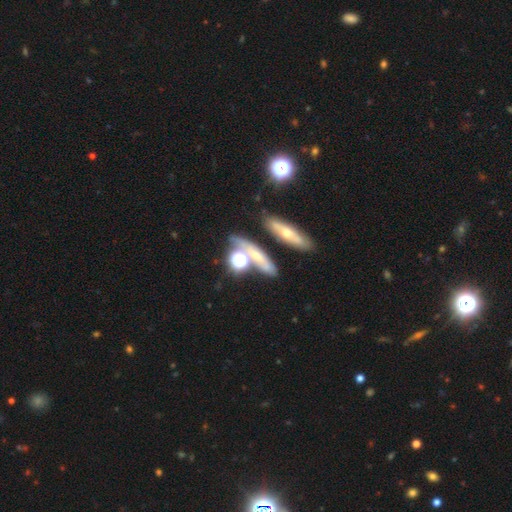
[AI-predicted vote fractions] A smooth galaxy with no disk features (47%). Merging: none (61%).